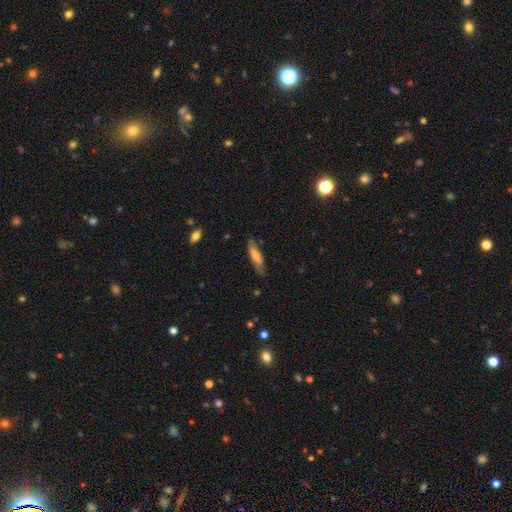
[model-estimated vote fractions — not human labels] Q: Smooth or featured?
A: smooth (57%); runner-up: featured or disk (37%)
Q: How rounded?
A: cigar-shaped (65%); runner-up: in between (33%)
Q: Merging?
A: none (74%); runner-up: minor disturbance (20%)